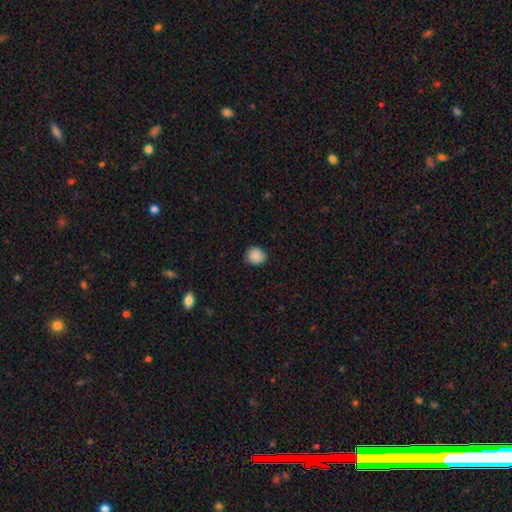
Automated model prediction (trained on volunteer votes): Smooth or featured?
  - smooth: 88% *
  - star or artifact: 9%
  - featured or disk: 3%
How rounded?
  - round: 74% *
  - in between: 25%
  - cigar-shaped: 1%
Merging?
  - none: 80% *
  - minor disturbance: 16%
  - major disturbance: 3%
  - merger: 1%